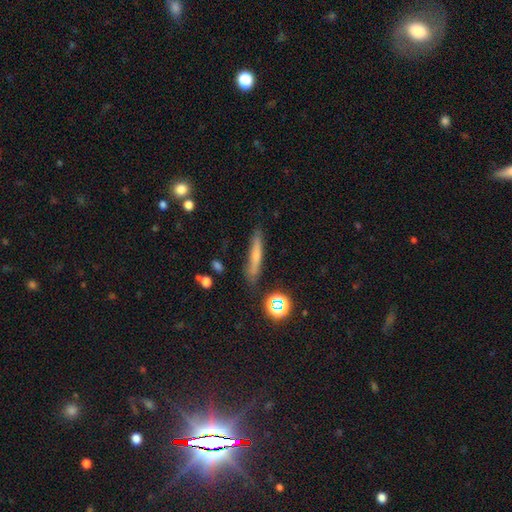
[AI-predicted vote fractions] Smooth or featured? Predicted: smooth (p=0.55). How rounded? Predicted: cigar-shaped (p=0.88). Merging? Predicted: none (p=0.80).